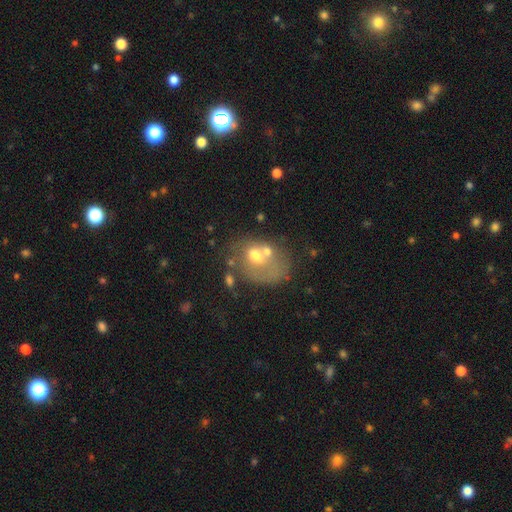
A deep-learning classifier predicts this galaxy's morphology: Smooth or featured? smooth (48%)
Merging? none (34%)